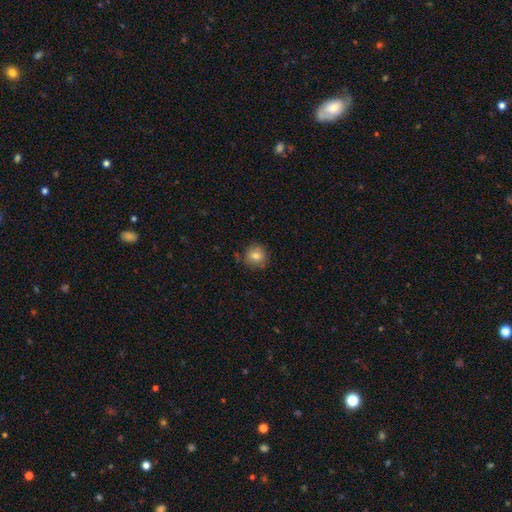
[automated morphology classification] Smooth or featured: smooth — 79% (star or artifact — 11%)
How rounded: round — 89% (in between — 10%)
Merging: none — 81% (minor disturbance — 14%)